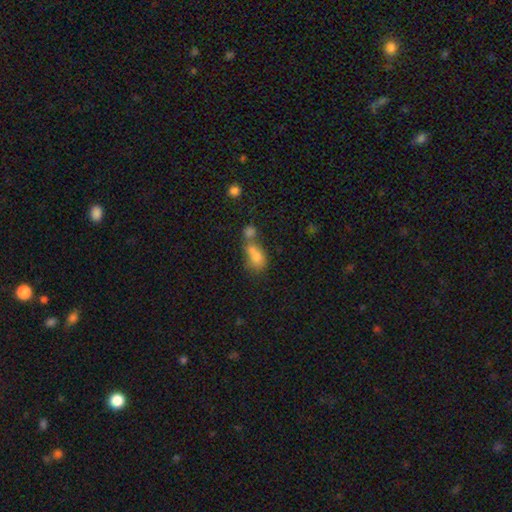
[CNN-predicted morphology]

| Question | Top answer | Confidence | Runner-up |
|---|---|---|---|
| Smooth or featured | smooth | 70% | featured or disk (18%) |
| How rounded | in between | 62% | round (35%) |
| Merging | merger | 60% | none (24%) |